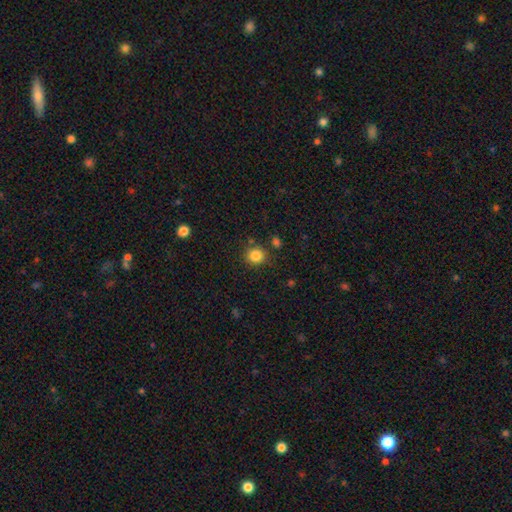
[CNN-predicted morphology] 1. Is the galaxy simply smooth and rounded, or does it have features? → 84% smooth, 11% star or artifact, 5% featured or disk.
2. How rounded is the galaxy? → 89% round, 10% in between, 1% cigar-shaped.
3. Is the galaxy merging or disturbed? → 83% none, 9% minor disturbance, 5% merger, 3% major disturbance.